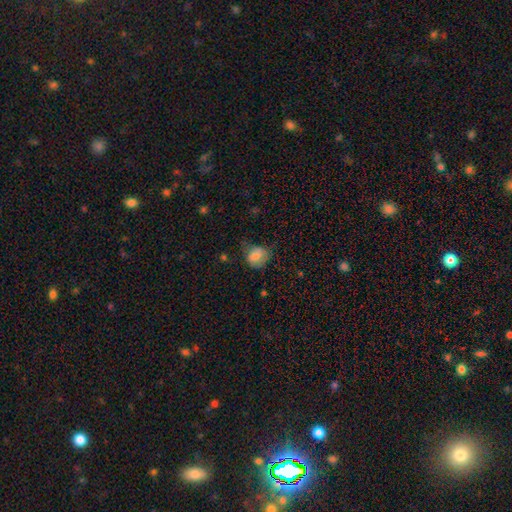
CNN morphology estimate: This is likely a smooth galaxy (75%). How rounded: likely round (61%). Merging: possibly none (47%).